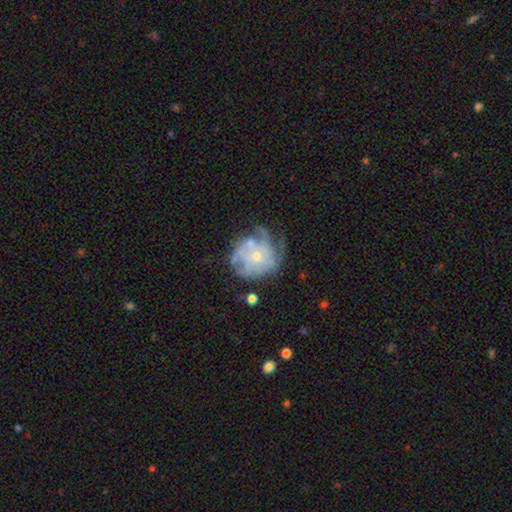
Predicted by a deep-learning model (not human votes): This is likely a featured or disk galaxy (68%). It is clearly not viewed edge-on (98%). Bar: clearly no (85%). Spiral arm pattern: possibly yes (58%). Central bulge: possibly small (52%). Merging: marginally none (44%).